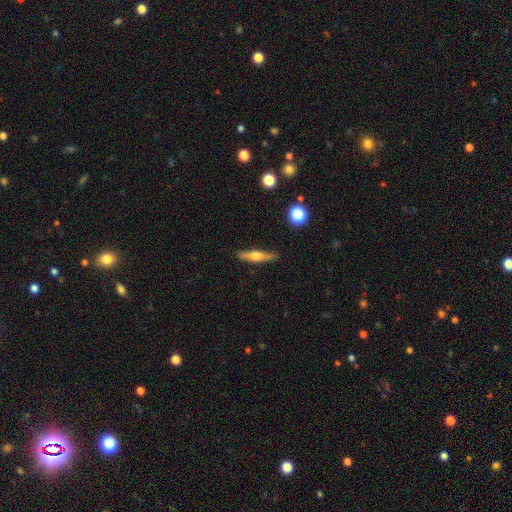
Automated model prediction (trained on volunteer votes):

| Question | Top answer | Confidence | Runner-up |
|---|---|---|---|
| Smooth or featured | featured or disk | 47% | smooth (46%) |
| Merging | none | 87% | minor disturbance (10%) |